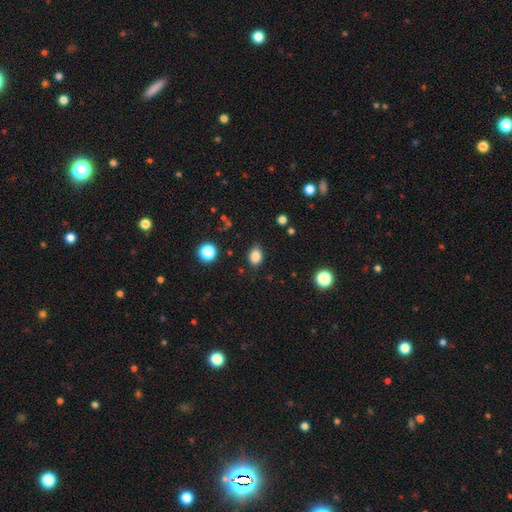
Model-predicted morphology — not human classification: This appears to be a smooth galaxy with no disk features (85%) that is in between round and cigar-shaped (66%). Merging: none (81%).